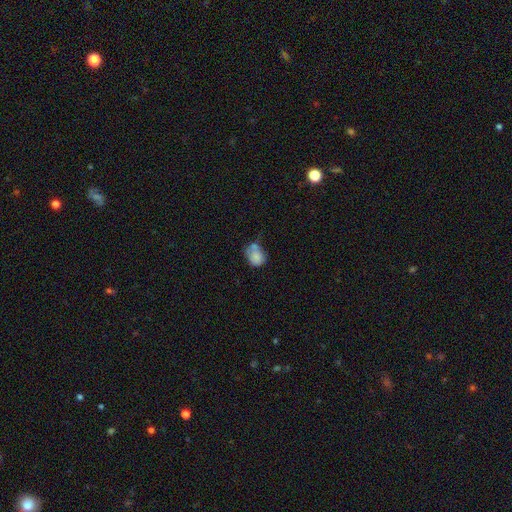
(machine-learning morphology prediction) Smooth or featured: smooth — 75% (featured or disk — 16%)
How rounded: round — 54% (in between — 45%)
Merging: none — 34% (merger — 29%)